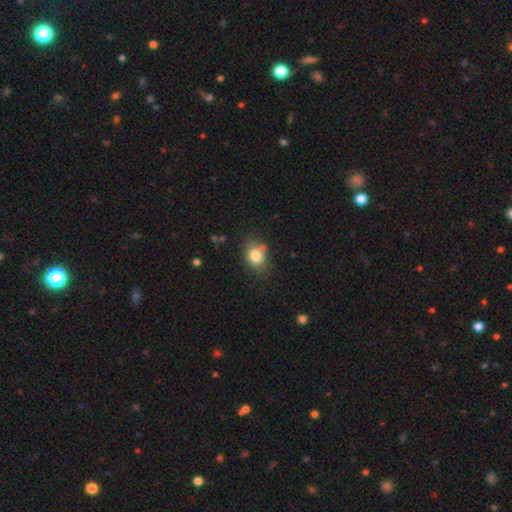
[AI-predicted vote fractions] Smooth or featured?
  - smooth: 80% *
  - featured or disk: 10%
  - star or artifact: 10%
How rounded?
  - in between: 57% *
  - round: 42%
  - cigar-shaped: 1%
Merging?
  - none: 64% *
  - minor disturbance: 25%
  - major disturbance: 7%
  - merger: 4%